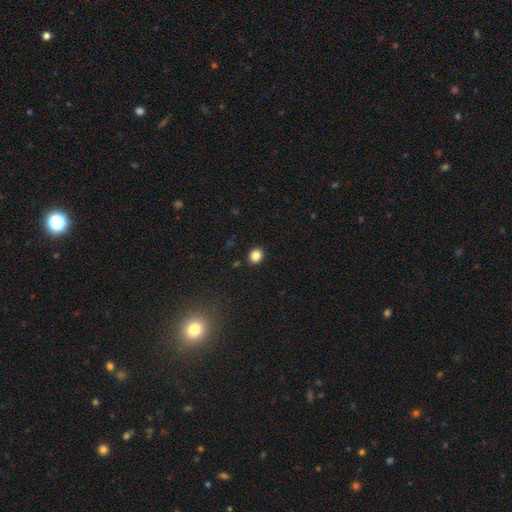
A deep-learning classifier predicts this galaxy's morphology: Overall: smooth (84%). How rounded: round (69%; in between 30%). Merging: none (91%).